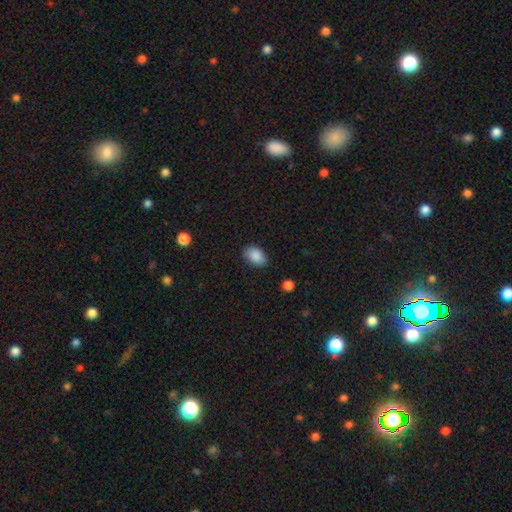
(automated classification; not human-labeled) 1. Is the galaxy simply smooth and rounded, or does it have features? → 89% smooth, 7% star or artifact, 4% featured or disk.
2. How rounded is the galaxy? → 87% in between, 12% round, 1% cigar-shaped.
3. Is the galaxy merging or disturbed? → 82% none, 14% minor disturbance, 3% major disturbance, 1% merger.